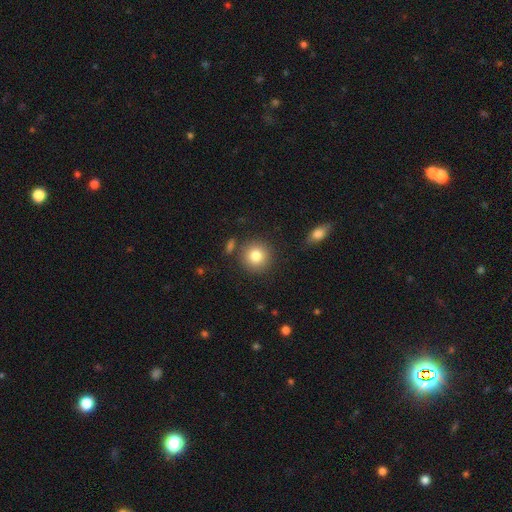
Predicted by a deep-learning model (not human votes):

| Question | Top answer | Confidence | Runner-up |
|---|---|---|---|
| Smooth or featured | smooth | 82% | star or artifact (9%) |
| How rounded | round | 93% | in between (6%) |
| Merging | none | 84% | minor disturbance (8%) |